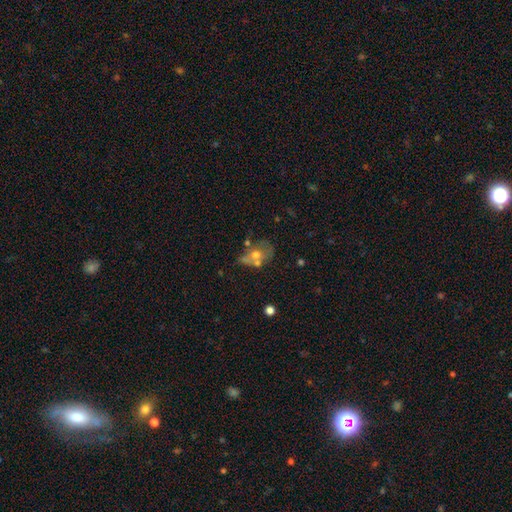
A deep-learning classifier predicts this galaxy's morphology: Smooth or featured: featured or disk — 44% (smooth — 43%)
Merging: merger — 34% (none — 30%)